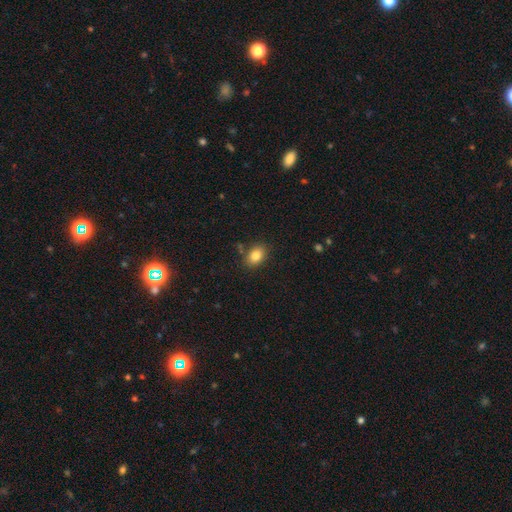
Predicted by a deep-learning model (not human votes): Smooth or featured?
  - smooth: 83% *
  - star or artifact: 10%
  - featured or disk: 8%
How rounded?
  - in between: 72% *
  - round: 27%
  - cigar-shaped: 1%
Merging?
  - none: 80% *
  - minor disturbance: 12%
  - merger: 4%
  - major disturbance: 3%